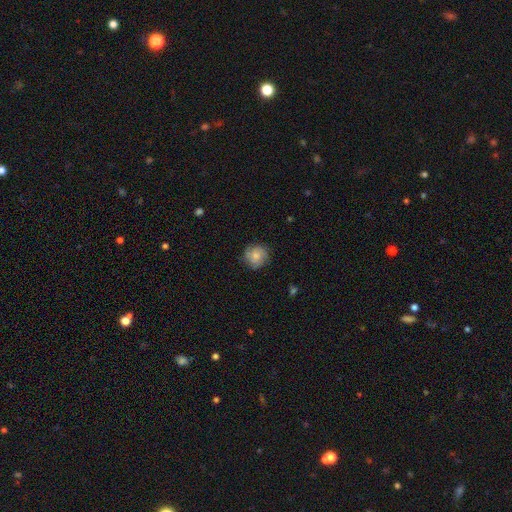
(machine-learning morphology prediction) A smooth galaxy with no disk features (60%) that is round (89%).

Vote fractions:
- Smooth or featured? smooth: 60% / featured or disk: 31% / star or artifact: 9%
- How rounded? round: 89% / in between: 9% / cigar-shaped: 1%
- Merging? none: 79% / minor disturbance: 16% / major disturbance: 5% / merger: 1%